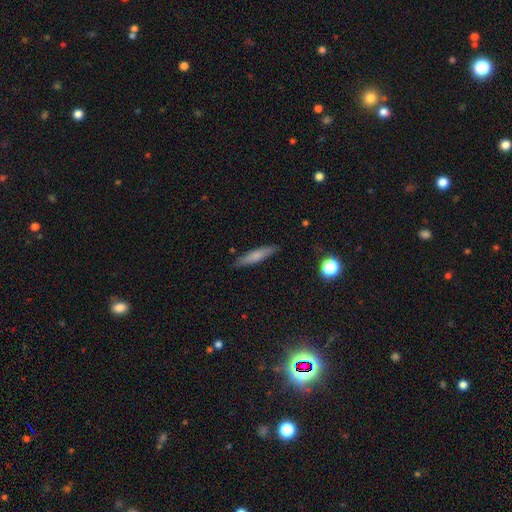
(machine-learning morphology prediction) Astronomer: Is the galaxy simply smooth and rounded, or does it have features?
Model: smooth — 69%.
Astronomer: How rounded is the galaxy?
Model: cigar-shaped — 87%.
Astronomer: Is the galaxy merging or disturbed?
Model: none — 88%.